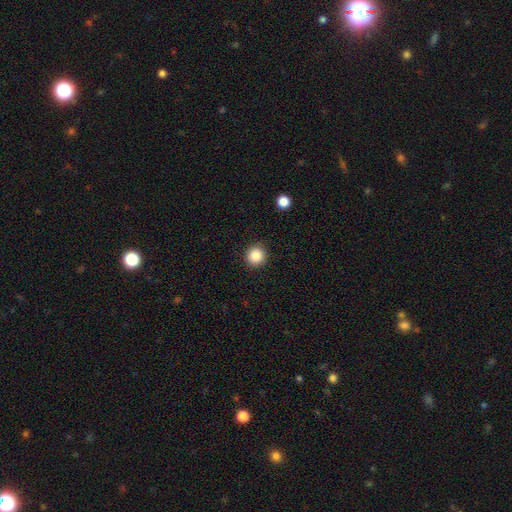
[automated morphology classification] This appears to be a smooth galaxy with no disk features (87%) that is round (92%). Merging: none (91%).